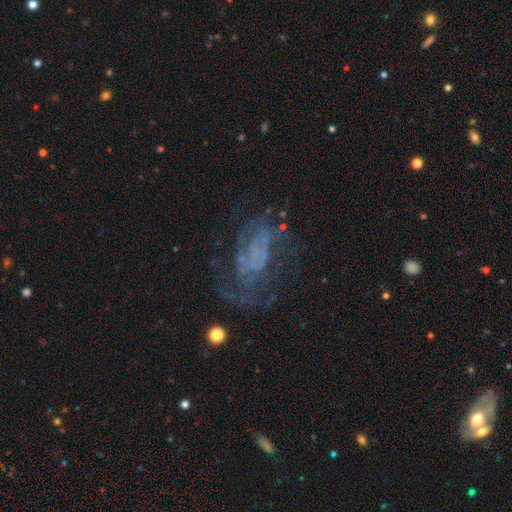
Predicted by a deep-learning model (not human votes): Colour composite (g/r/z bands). It shows a featured or disk galaxy (62%) with no bar (79%), spiral arms (54%) and no central bulge (78%). Merging: none (46%).